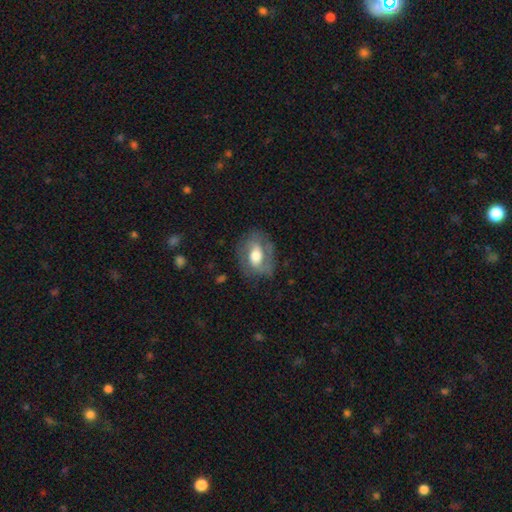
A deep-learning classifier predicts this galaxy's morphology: featured or disk 63%, smooth 30%, star or artifact 7%. Down the decision tree: edge-on disk — no (94%); bar — no (39%); spiral arms — yes (72%); bulge size — moderate (59%); merging — none (67%).